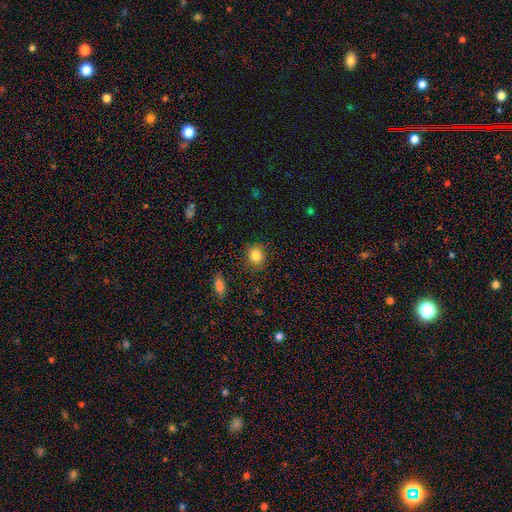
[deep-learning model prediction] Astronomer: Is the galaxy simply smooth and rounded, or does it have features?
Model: smooth — 83%.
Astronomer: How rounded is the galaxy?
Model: round — 77%.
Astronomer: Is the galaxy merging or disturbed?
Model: none — 87%.